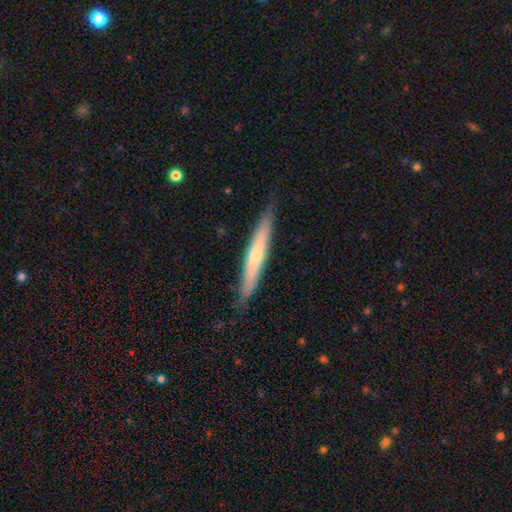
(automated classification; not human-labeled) The model was most divided on "smooth or featured": smooth: 49%, featured or disk: 45%, star or artifact: 5%. More confident: merging — none (86%).